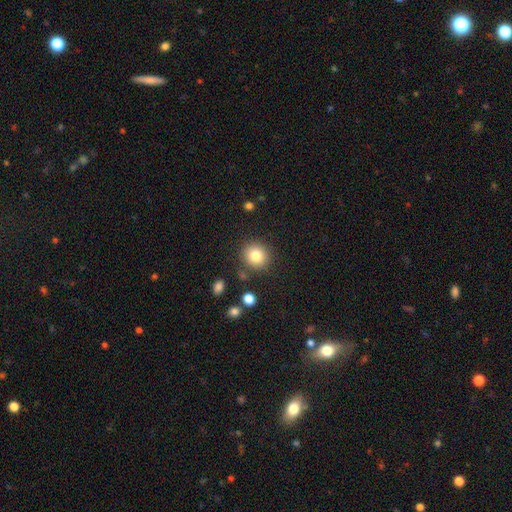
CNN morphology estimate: The model was most divided on "smooth or featured": smooth: 80%, star or artifact: 11%, featured or disk: 9%. More confident: how rounded — round (89%); merging — none (87%).